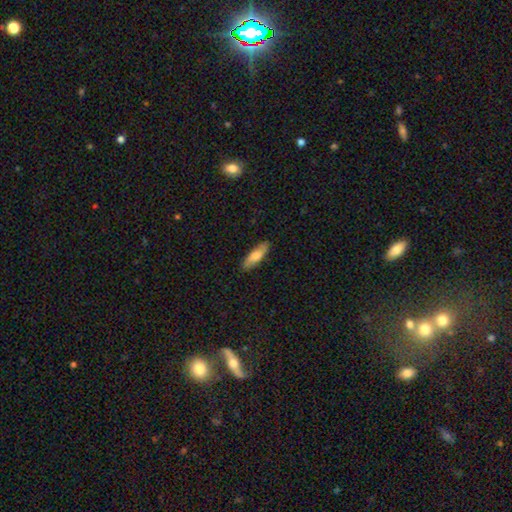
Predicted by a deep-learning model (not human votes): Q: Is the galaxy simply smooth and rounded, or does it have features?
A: smooth — 73%.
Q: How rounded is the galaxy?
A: in between — 51%.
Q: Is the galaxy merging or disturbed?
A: none — 87%.